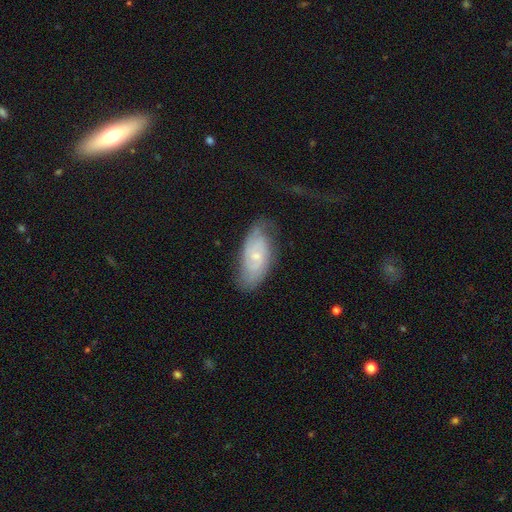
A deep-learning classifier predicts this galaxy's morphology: Smooth or featured: featured or disk — 66% (smooth — 27%)
Edge-on disk: no — 93% (yes — 7%)
Bar: no — 65% (weak — 30%)
Spiral arms: yes — 88% (no — 12%)
Spiral winding: tight — 45% (medium — 38%)
Spiral arm count: 2 — 54% (can't tell — 31%)
Bulge size: small — 69% (moderate — 26%)
Merging: none — 63% (minor disturbance — 24%)